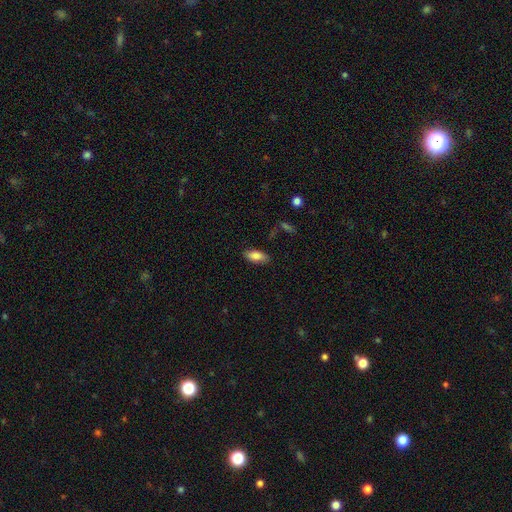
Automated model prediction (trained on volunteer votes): A smooth galaxy with no disk features (84%) that is in between round and cigar-shaped (88%). Merging: none (84%).